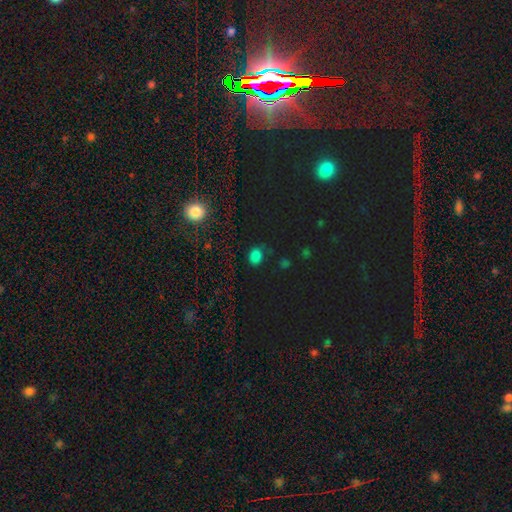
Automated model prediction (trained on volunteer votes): Smooth or featured?
  - smooth: 67% *
  - star or artifact: 28%
  - featured or disk: 4%
How rounded?
  - round: 57% *
  - in between: 42%
  - cigar-shaped: 1%
Merging?
  - none: 77% *
  - minor disturbance: 15%
  - major disturbance: 5%
  - merger: 3%